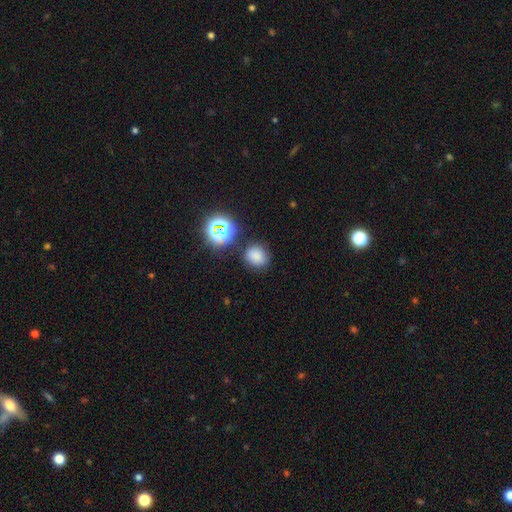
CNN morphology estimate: This is likely a smooth galaxy (76%). How rounded: likely round (73%). Merging: likely none (78%).